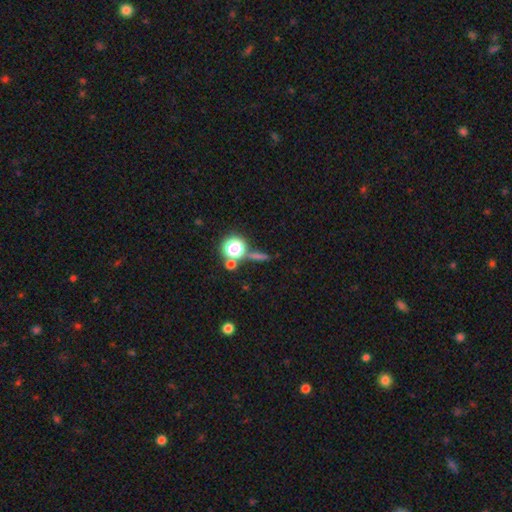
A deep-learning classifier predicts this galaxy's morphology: The model was most divided on "smooth or featured": star or artifact: 49%, smooth: 36%, featured or disk: 15%.